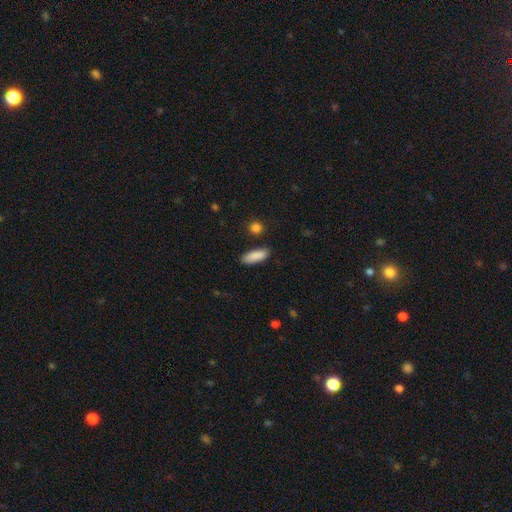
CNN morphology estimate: This appears to be a smooth galaxy with no disk features (89%) that is in between round and cigar-shaped (63%). Merging: none (86%).